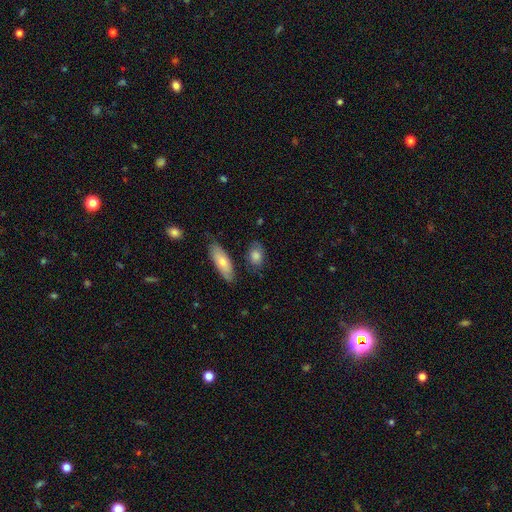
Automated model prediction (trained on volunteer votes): A smooth galaxy with no disk features (78%) that is in between round and cigar-shaped (80%). Merging: none (72%).